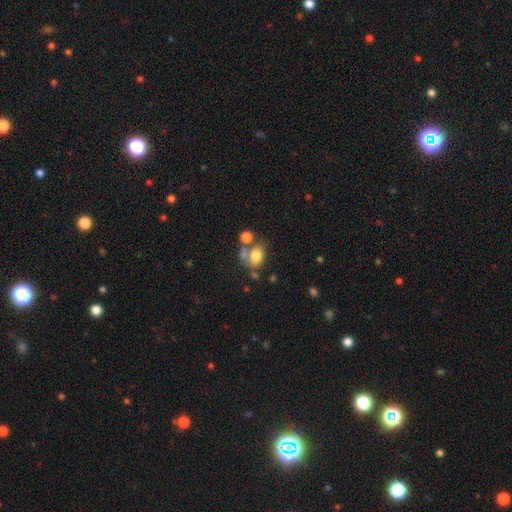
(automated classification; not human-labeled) Q: Smooth or featured?
A: smooth (75%); runner-up: featured or disk (14%)
Q: How rounded?
A: in between (60%); runner-up: round (39%)
Q: Merging?
A: none (42%); runner-up: merger (32%)